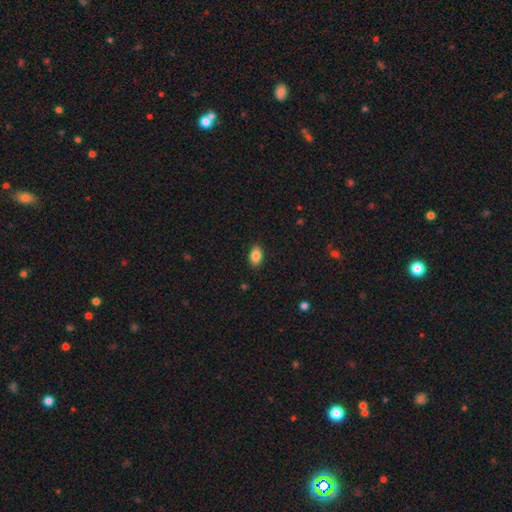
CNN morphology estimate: Q: Smooth or featured?
A: smooth (86%); runner-up: star or artifact (8%)
Q: How rounded?
A: in between (86%); runner-up: round (12%)
Q: Merging?
A: none (87%); runner-up: minor disturbance (10%)